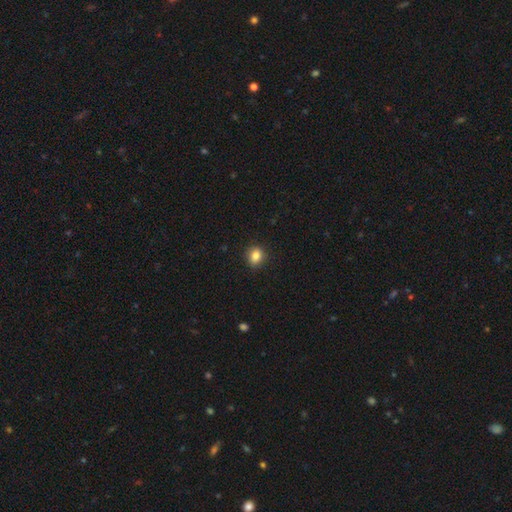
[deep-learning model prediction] Smooth or featured? smooth (83%)
How rounded? round (68%)
Merging? none (89%)